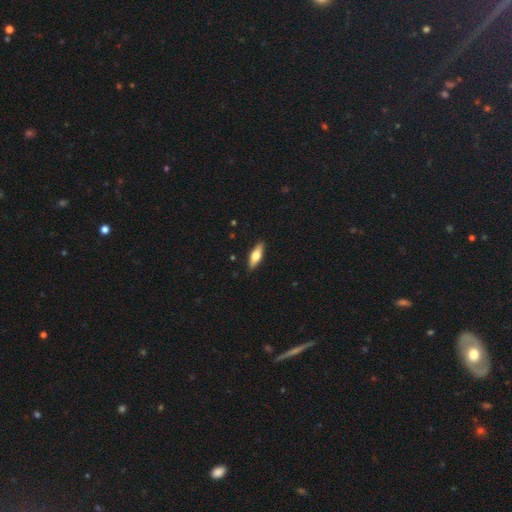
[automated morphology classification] Overall: smooth (59%; featured or disk 35%). How rounded: in between (57%; cigar-shaped 41%). Merging: none (89%).